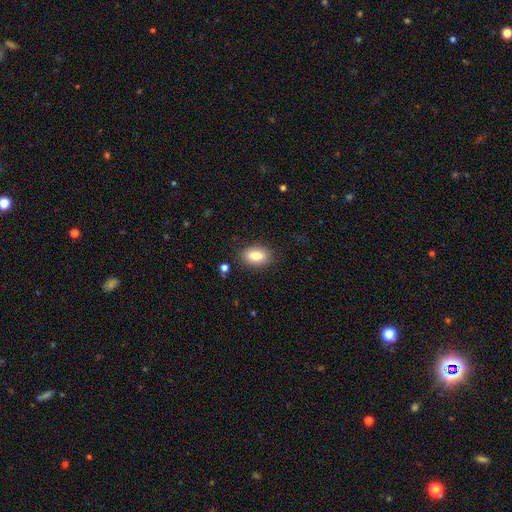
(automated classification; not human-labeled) A smooth galaxy with no disk features (83%) that is in between round and cigar-shaped (88%). Merging: none (86%).